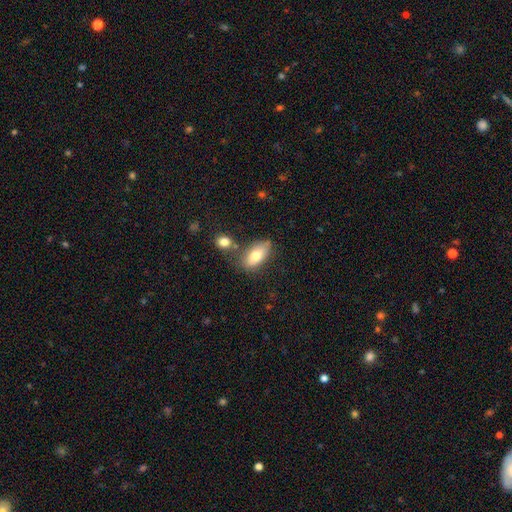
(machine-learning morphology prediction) A smooth galaxy with no disk features (75%) that is in between round and cigar-shaped (87%).

Vote fractions:
- Smooth or featured? smooth: 75% / featured or disk: 18% / star or artifact: 7%
- How rounded? in between: 87% / cigar-shaped: 9% / round: 4%
- Merging? none: 62% / minor disturbance: 19% / merger: 14% / major disturbance: 5%